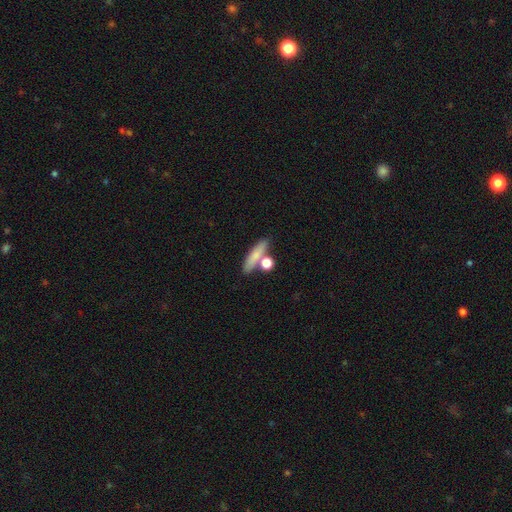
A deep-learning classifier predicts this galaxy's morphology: Smooth or featured? Predicted: smooth (p=0.74). How rounded? Predicted: cigar-shaped (p=0.59). Merging? Predicted: none (p=0.65).